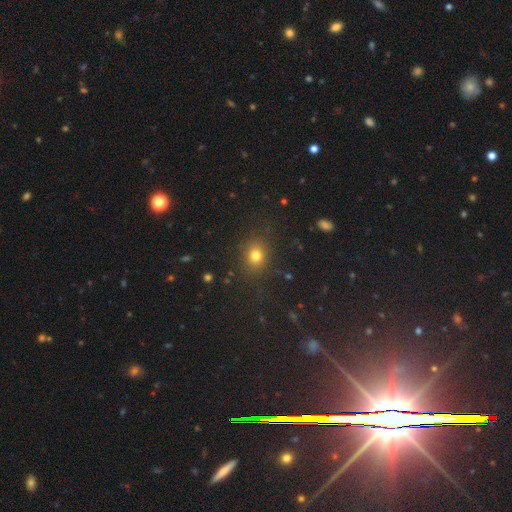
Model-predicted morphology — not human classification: This is likely a smooth galaxy (76%). How rounded: likely round (67%). Merging: clearly none (86%).